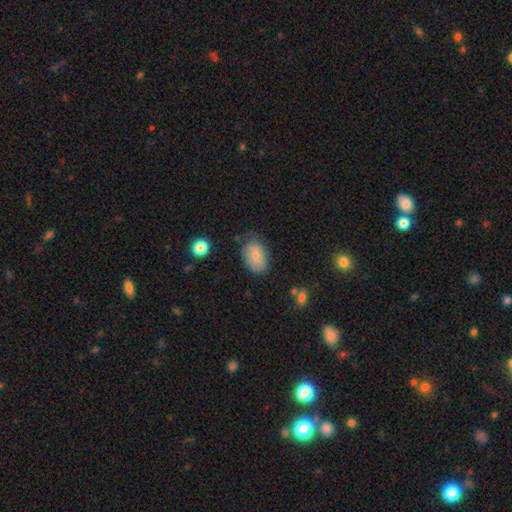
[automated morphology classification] Smooth or featured: smooth — 71% (featured or disk — 21%)
How rounded: in between — 86% (round — 13%)
Merging: none — 63% (minor disturbance — 27%)